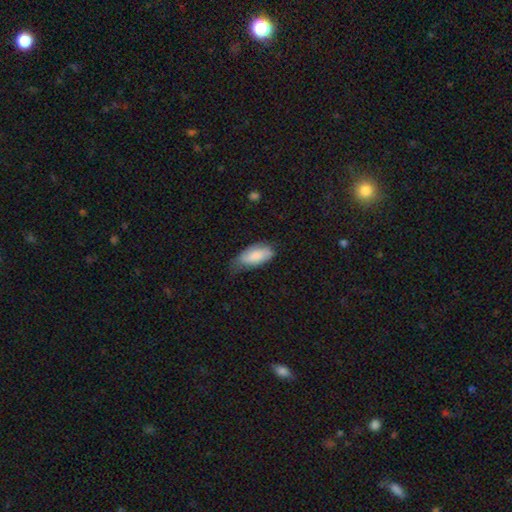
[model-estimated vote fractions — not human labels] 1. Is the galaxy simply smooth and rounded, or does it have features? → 81% smooth, 13% featured or disk, 6% star or artifact.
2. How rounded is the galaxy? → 90% in between, 8% cigar-shaped, 2% round.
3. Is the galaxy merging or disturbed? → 44% none, 42% minor disturbance, 12% major disturbance, 2% merger.